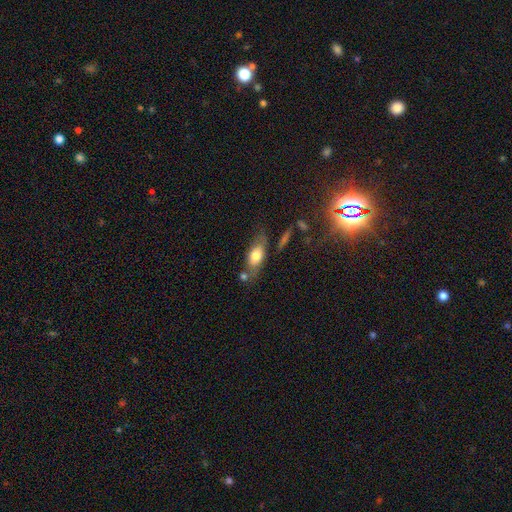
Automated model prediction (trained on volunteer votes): This is likely a smooth galaxy (68%). How rounded: likely in between (77%). Merging: possibly none (58%).